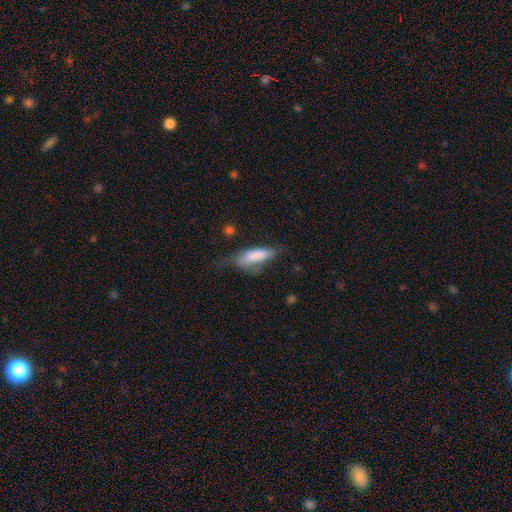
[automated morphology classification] The model was most divided on "merging": minor disturbance: 35%, none: 34%, major disturbance: 27%, merger: 5%. More confident: smooth or featured — smooth (78%); how rounded — in between (65%).